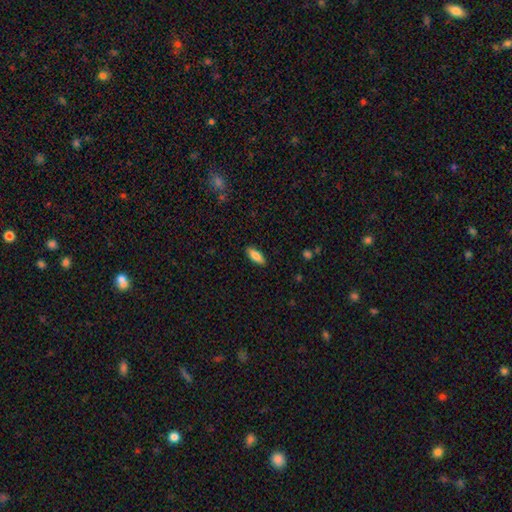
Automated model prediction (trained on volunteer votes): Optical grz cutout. It shows a smooth galaxy with no disk features (82%) that is in between round and cigar-shaped (70%). Merging: none (89%).